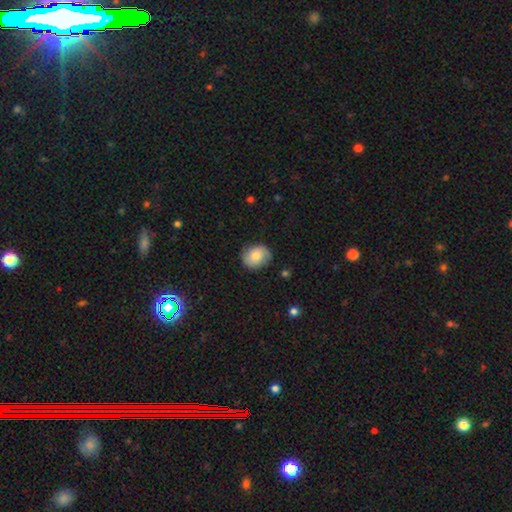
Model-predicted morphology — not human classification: type=smooth (70%); roundness=round (60%); merging=none (80%).